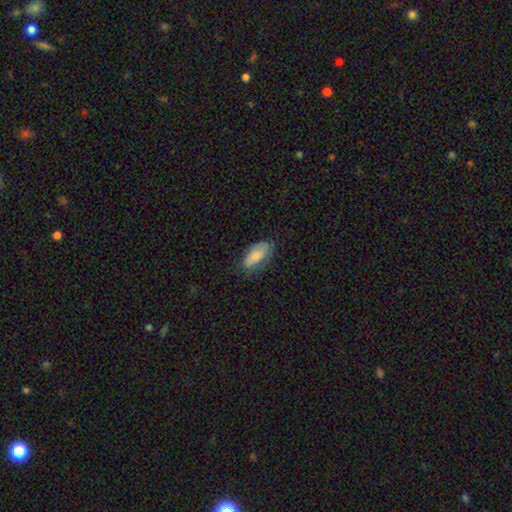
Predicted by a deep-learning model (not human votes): Morphology: type=smooth (78%); roundness=in between (89%); merging=none (66%).